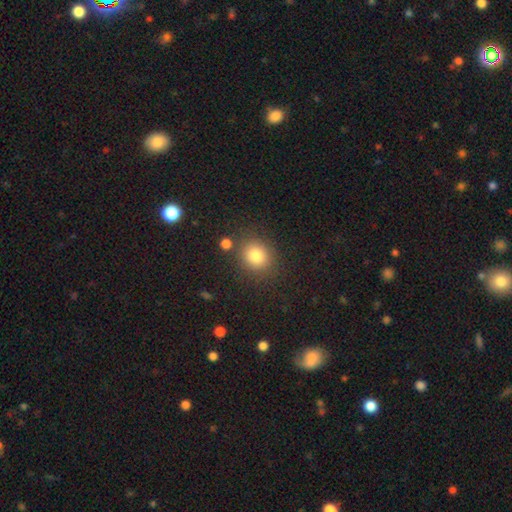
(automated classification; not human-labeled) smooth_or_featured: smooth (p=0.81) [alt: star or artifact p=0.12]
how_rounded: round (p=0.79) [alt: in between p=0.20]
merging: none (p=0.82) [alt: minor disturbance p=0.10]